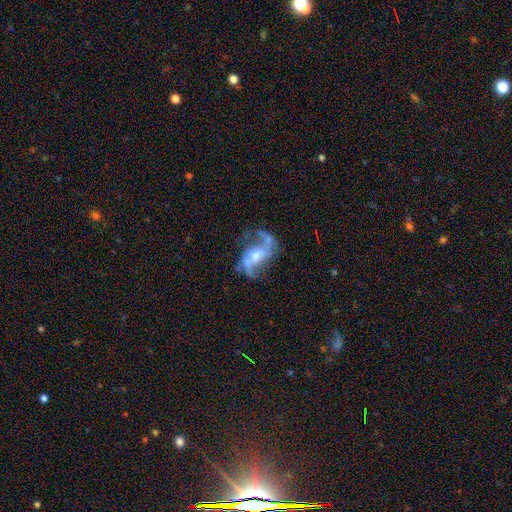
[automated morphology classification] The model was most divided on "bar": weak: 42%, no: 40%, strong: 18%. Remaining: edge-on disk — no (97%); spiral arms — yes (92%); spiral arm count — 2 (89%); smooth or featured — featured or disk (85%); spiral winding — loose (64%); merging — none (57%); bulge size — moderate (46%).